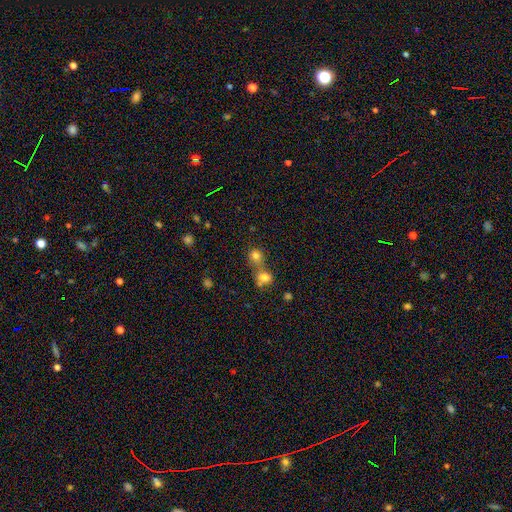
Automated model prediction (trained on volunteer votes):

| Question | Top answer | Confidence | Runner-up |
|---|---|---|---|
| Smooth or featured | smooth | 76% | star or artifact (15%) |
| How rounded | round | 82% | in between (17%) |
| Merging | merger | 48% | none (42%) |